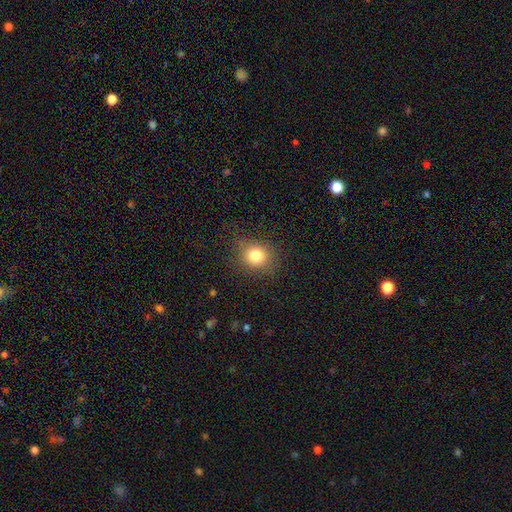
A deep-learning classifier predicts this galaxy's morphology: smooth_or_featured: smooth (p=0.80) [alt: star or artifact p=0.13]
how_rounded: round (p=0.79) [alt: in between p=0.20]
merging: none (p=0.84) [alt: minor disturbance p=0.11]